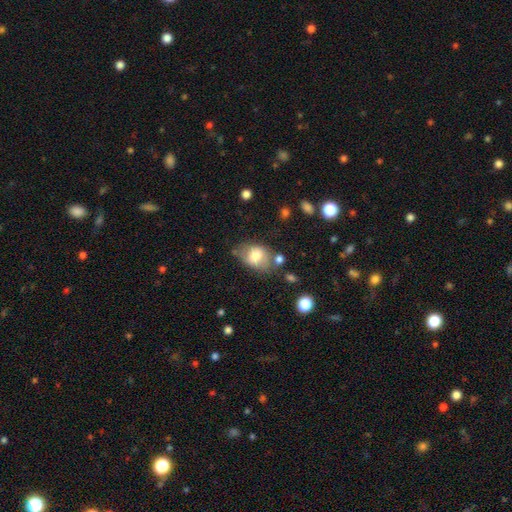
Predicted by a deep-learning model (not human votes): Smooth or featured? Predicted: smooth (p=0.70). How rounded? Predicted: in between (p=0.72). Merging? Predicted: none (p=0.54).